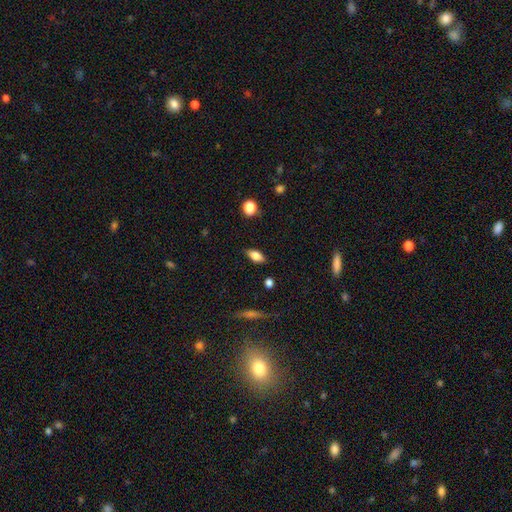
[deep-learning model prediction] A smooth galaxy with no disk features (78%) that is in between round and cigar-shaped (86%).

Vote fractions:
- Smooth or featured? smooth: 78% / featured or disk: 13% / star or artifact: 9%
- How rounded? in between: 86% / cigar-shaped: 10% / round: 4%
- Merging? none: 84% / minor disturbance: 11% / major disturbance: 3% / merger: 1%